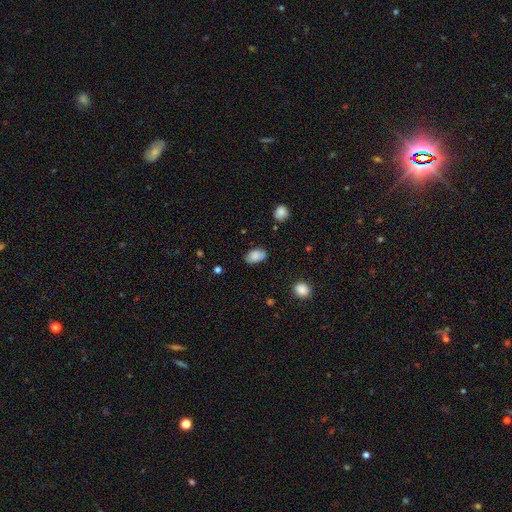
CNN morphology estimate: The model was most divided on "merging": none: 79%, minor disturbance: 16%, major disturbance: 3%, merger: 2%. More confident: how rounded — in between (92%); smooth or featured — smooth (85%).